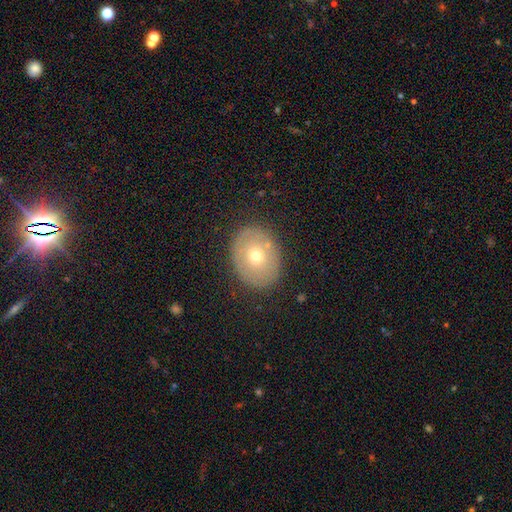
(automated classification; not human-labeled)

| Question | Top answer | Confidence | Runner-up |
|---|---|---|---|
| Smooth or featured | smooth | 57% | featured or disk (35%) |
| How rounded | in between | 53% | round (46%) |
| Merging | none | 83% | minor disturbance (11%) |